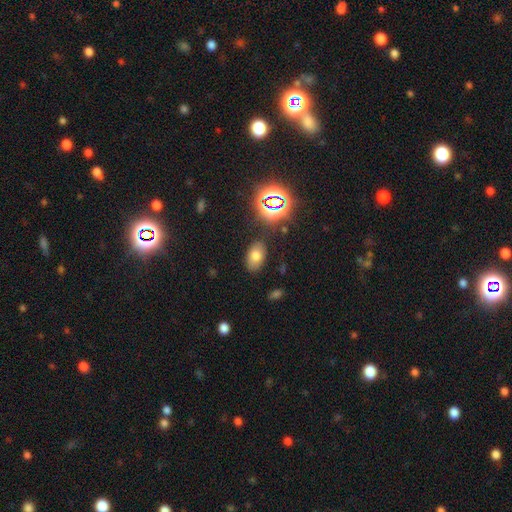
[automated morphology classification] Smooth or featured: smooth — 68% (star or artifact — 19%)
How rounded: in between — 89% (round — 10%)
Merging: none — 83% (minor disturbance — 11%)